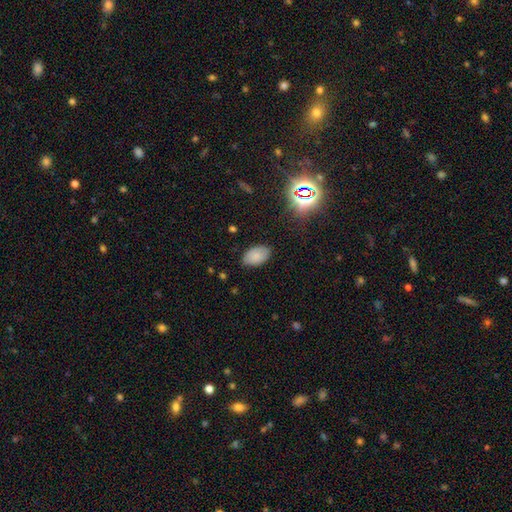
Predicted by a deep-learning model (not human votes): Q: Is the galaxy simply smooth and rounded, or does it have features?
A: smooth — 83%.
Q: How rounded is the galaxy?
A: in between — 92%.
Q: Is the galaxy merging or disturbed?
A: none — 83%.